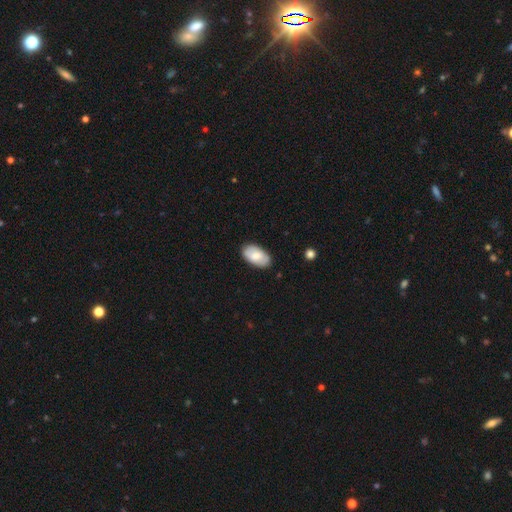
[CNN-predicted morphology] Overall: smooth (74%). How rounded: in between (95%). Merging: none (84%).